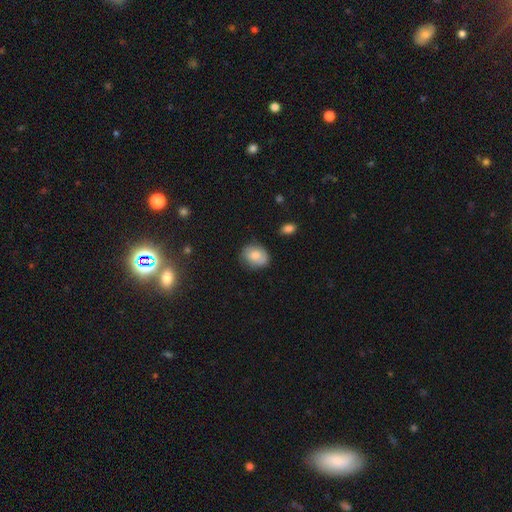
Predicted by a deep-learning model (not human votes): Smooth or featured: smooth — 74% (featured or disk — 18%)
How rounded: round — 51% (in between — 48%)
Merging: none — 72% (minor disturbance — 22%)